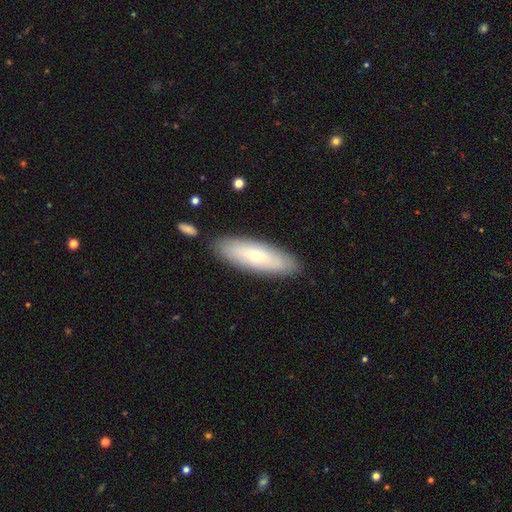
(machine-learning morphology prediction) The model was most divided on "how rounded": cigar-shaped: 50%, in between: 48%, round: 2%. More confident: merging — none (86%); smooth or featured — smooth (64%).